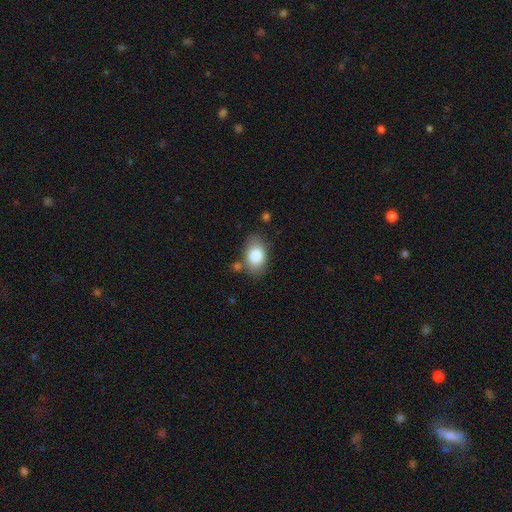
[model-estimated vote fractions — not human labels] Morphology: type=smooth (80%); roundness=in between (84%); merging=none (74%).